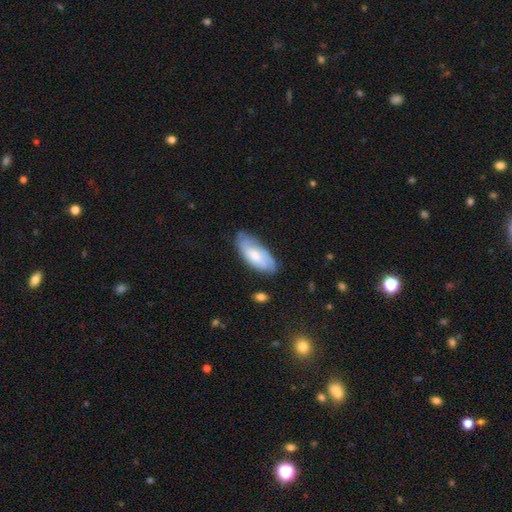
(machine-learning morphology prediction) smooth 54%, featured or disk 40%, star or artifact 6%. Down the decision tree: how rounded — in between (84%); merging — none (69%).